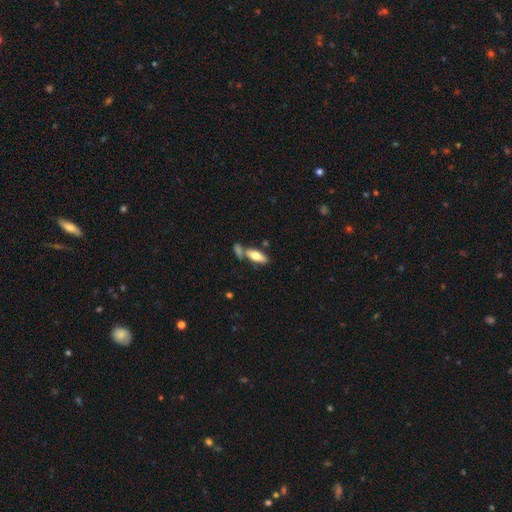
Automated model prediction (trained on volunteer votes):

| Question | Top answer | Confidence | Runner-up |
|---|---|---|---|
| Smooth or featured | smooth | 65% | featured or disk (29%) |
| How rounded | in between | 72% | cigar-shaped (26%) |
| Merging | none | 58% | merger (25%) |